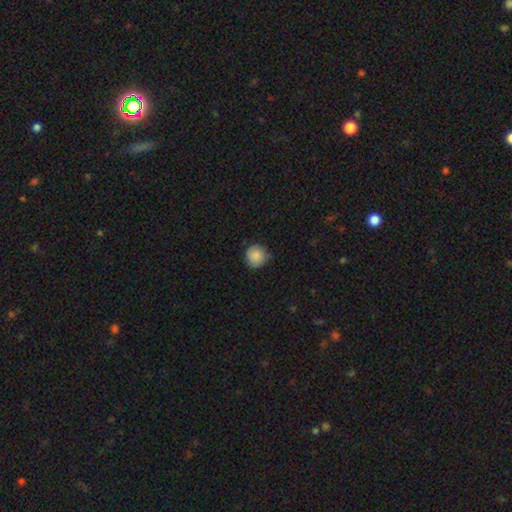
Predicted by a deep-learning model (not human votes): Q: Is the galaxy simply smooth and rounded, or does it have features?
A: smooth — 88%.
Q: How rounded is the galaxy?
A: round — 94%.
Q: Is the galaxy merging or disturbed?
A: none — 78%.